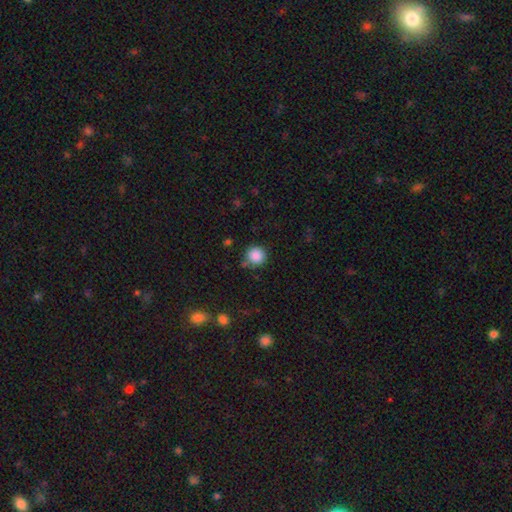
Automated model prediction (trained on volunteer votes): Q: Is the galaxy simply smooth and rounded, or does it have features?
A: smooth — 87%.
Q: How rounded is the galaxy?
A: round — 93%.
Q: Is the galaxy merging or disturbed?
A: none — 82%.